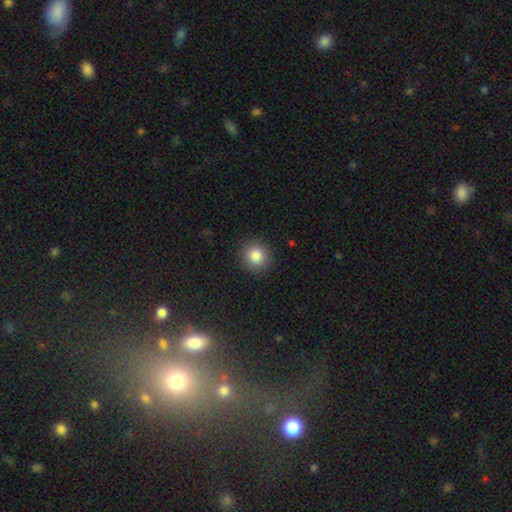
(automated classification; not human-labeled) Smooth or featured: smooth — 85% (star or artifact — 10%)
How rounded: round — 91% (in between — 8%)
Merging: none — 91% (minor disturbance — 6%)